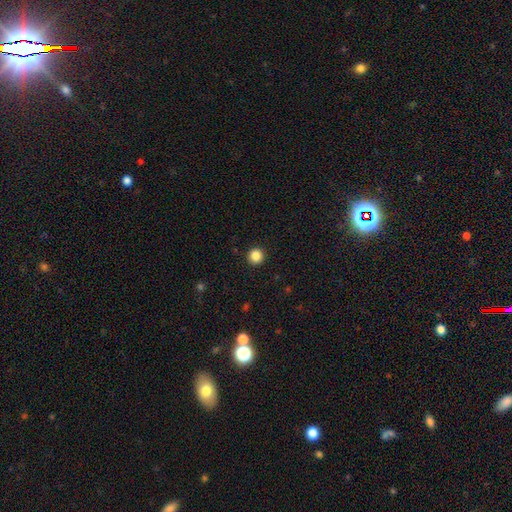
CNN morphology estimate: type=smooth (86%); roundness=round (95%); merging=none (93%).